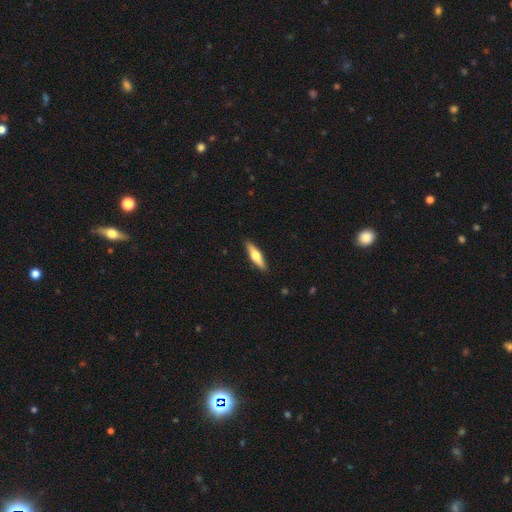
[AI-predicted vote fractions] smooth-or-featured: smooth: 51% | featured or disk: 44% | star or artifact: 5%
  how-rounded: cigar-shaped: 71% | in between: 27% | round: 2%
  merging: none: 90% | minor disturbance: 8% | major disturbance: 2% | merger: 1%